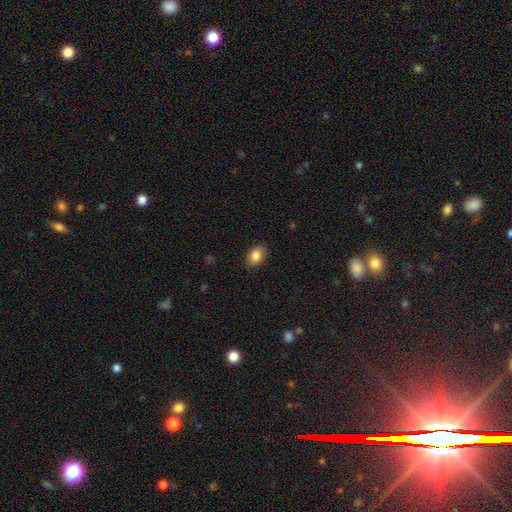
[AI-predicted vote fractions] Smooth or featured? Predicted: smooth (p=0.86). How rounded? Predicted: in between (p=0.81). Merging? Predicted: none (p=0.86).